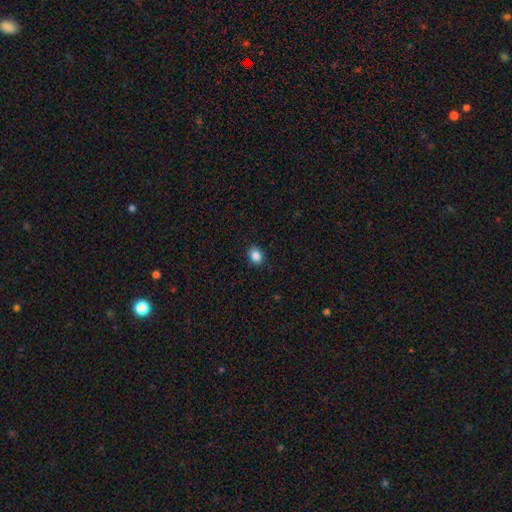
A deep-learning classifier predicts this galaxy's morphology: smooth_or_featured: smooth (p=0.86) [alt: star or artifact p=0.10]
how_rounded: in between (p=0.58) [alt: round p=0.41]
merging: none (p=0.90) [alt: minor disturbance p=0.07]